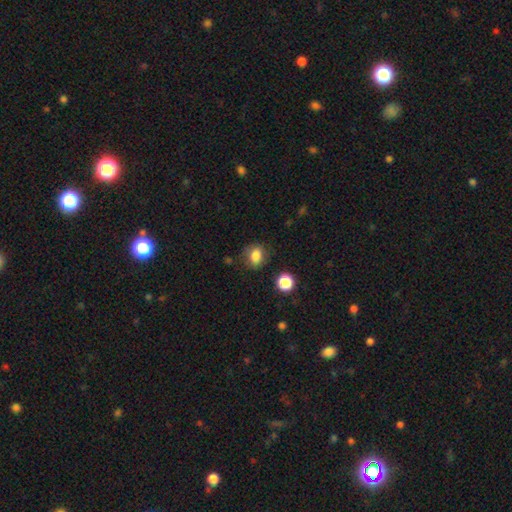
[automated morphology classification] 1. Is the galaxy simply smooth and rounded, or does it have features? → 83% smooth, 10% star or artifact, 7% featured or disk.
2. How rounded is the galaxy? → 53% in between, 46% round, 1% cigar-shaped.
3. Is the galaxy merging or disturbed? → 79% none, 14% minor disturbance, 4% major disturbance, 2% merger.